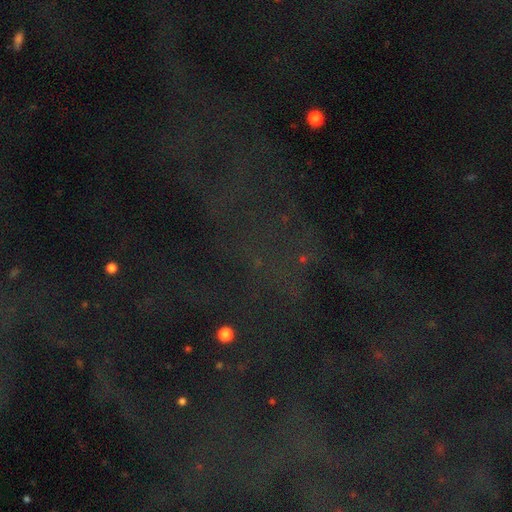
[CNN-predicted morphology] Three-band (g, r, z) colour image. It shows a star or artifact, not a galaxy (76%).